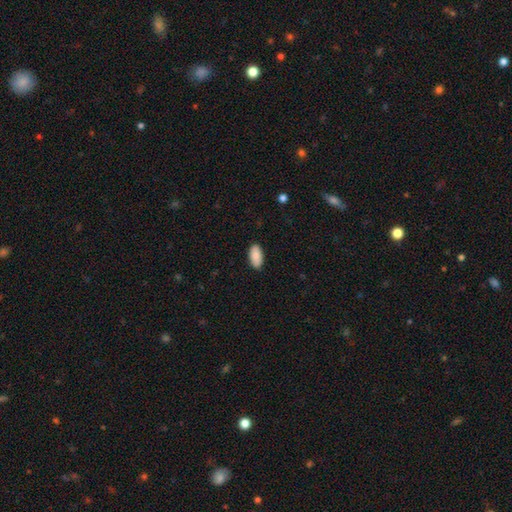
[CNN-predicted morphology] A smooth galaxy with no disk features (90%) that is in between round and cigar-shaped (94%). Merging: none (88%).